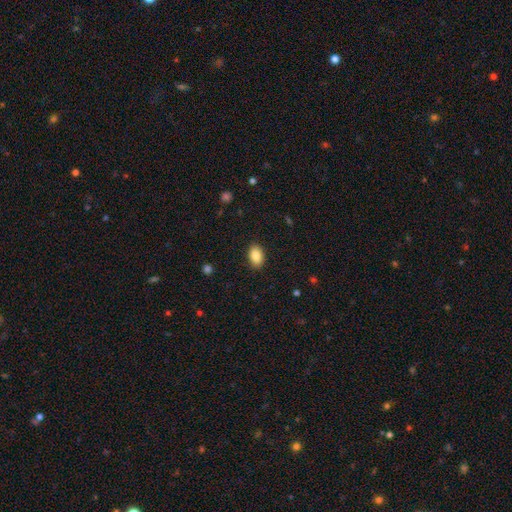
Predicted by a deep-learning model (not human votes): Q: Smooth or featured?
A: smooth (88%); runner-up: star or artifact (7%)
Q: How rounded?
A: in between (90%); runner-up: round (8%)
Q: Merging?
A: none (87%); runner-up: minor disturbance (9%)